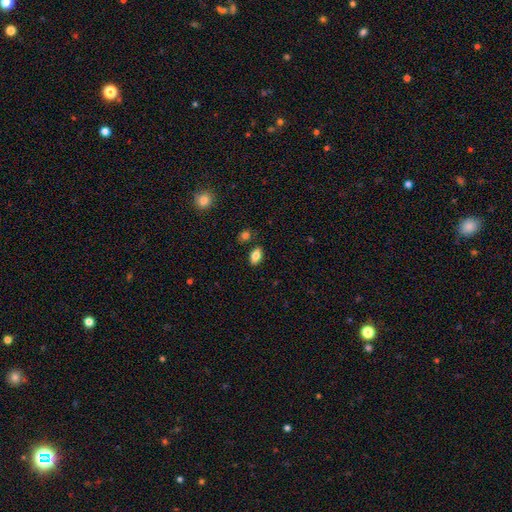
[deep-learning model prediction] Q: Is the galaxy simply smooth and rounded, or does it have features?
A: smooth — 83%.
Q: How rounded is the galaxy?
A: in between — 90%.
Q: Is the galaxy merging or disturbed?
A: none — 85%.